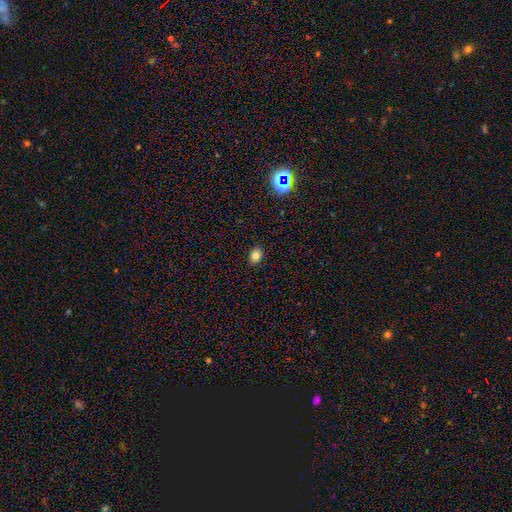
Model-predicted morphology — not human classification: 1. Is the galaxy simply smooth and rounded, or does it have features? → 81% smooth, 13% star or artifact, 7% featured or disk.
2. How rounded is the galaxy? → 67% in between, 32% round, 1% cigar-shaped.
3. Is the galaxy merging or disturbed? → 90% none, 7% minor disturbance, 2% major disturbance, 1% merger.